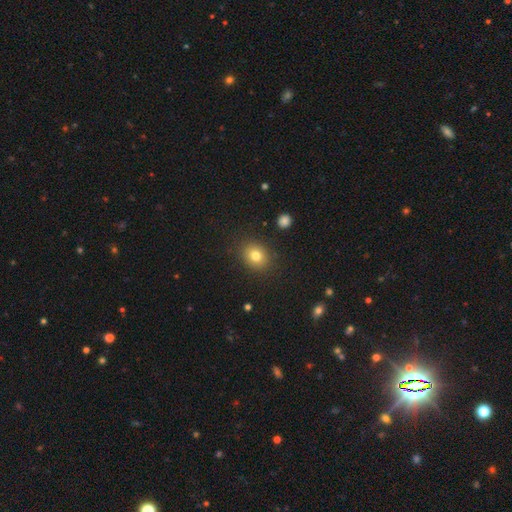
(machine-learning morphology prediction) Smooth or featured?
  - smooth: 80% *
  - star or artifact: 12%
  - featured or disk: 8%
How rounded?
  - round: 62% *
  - in between: 37%
  - cigar-shaped: 1%
Merging?
  - none: 88% *
  - minor disturbance: 8%
  - major disturbance: 3%
  - merger: 1%